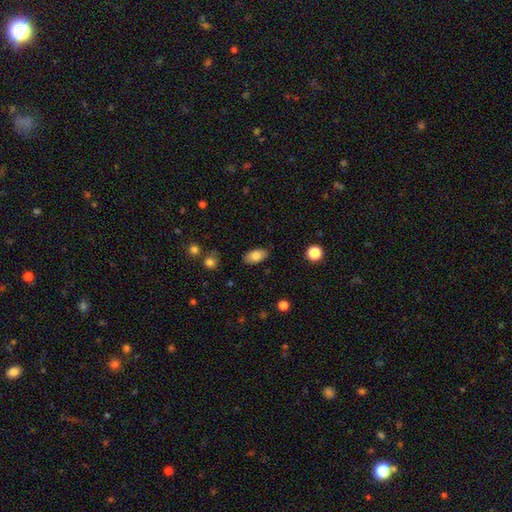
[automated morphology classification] Smooth or featured?
  - smooth: 79% *
  - featured or disk: 14%
  - star or artifact: 7%
How rounded?
  - in between: 93% *
  - round: 4%
  - cigar-shaped: 3%
Merging?
  - none: 84% *
  - minor disturbance: 12%
  - major disturbance: 3%
  - merger: 1%